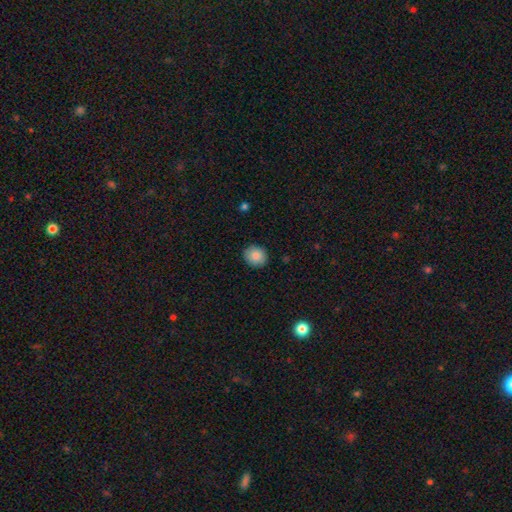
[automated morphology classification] Q: Smooth or featured?
A: smooth (86%); runner-up: star or artifact (8%)
Q: How rounded?
A: round (75%); runner-up: in between (24%)
Q: Merging?
A: none (89%); runner-up: minor disturbance (8%)